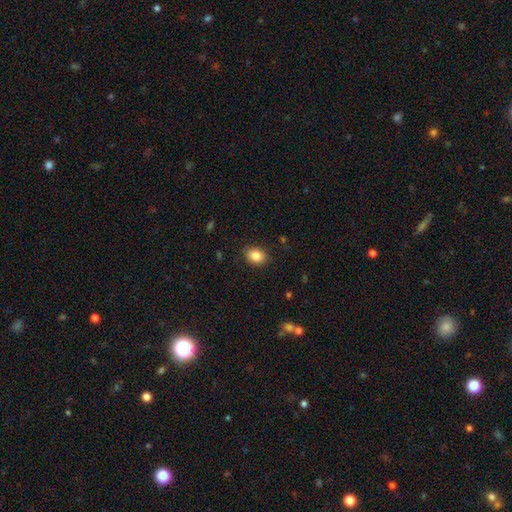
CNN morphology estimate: smooth 85%, star or artifact 9%, featured or disk 6%. Down the decision tree: how rounded — in between (61%); merging — none (88%).